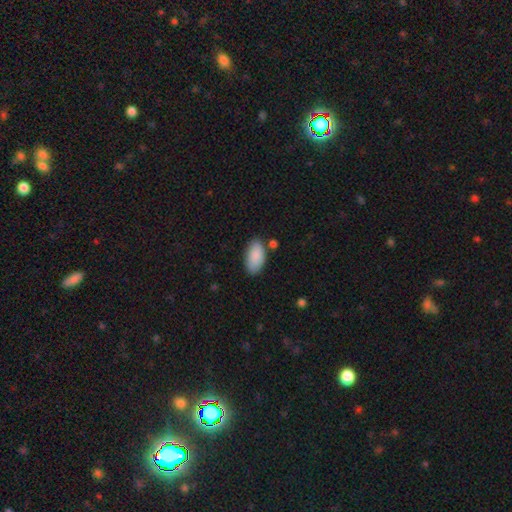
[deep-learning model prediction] The model was most divided on "merging": none: 76%, minor disturbance: 15%, merger: 5%, major disturbance: 4%. More confident: how rounded — in between (95%); smooth or featured — smooth (88%).